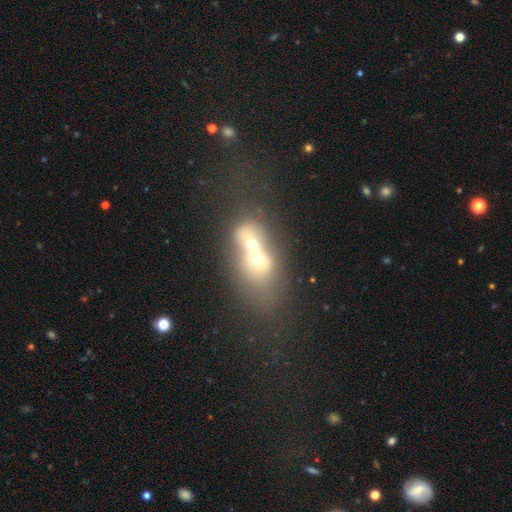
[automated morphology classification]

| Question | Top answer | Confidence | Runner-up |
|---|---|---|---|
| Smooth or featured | smooth | 50% | featured or disk (36%) |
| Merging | merger | 78% | none (11%) |